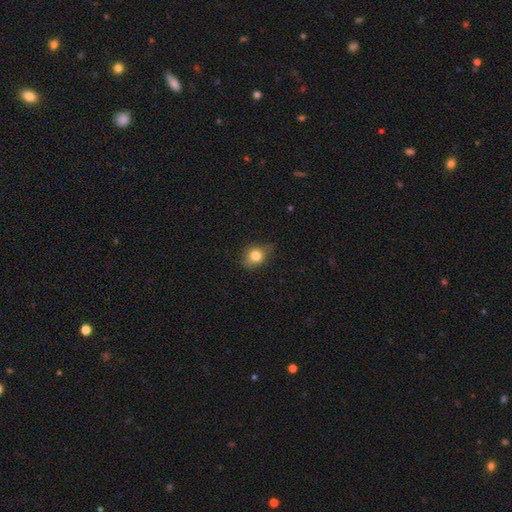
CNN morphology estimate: Smooth or featured: smooth — 77% (featured or disk — 12%)
How rounded: round — 54% (in between — 44%)
Merging: none — 66% (minor disturbance — 27%)